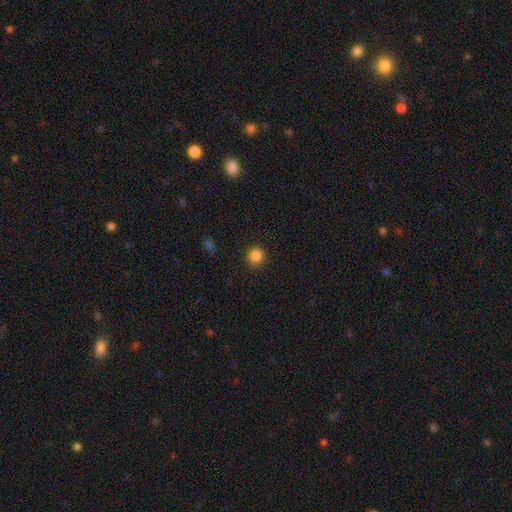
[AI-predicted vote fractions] Smooth or featured? smooth (86%)
How rounded? round (93%)
Merging? none (91%)